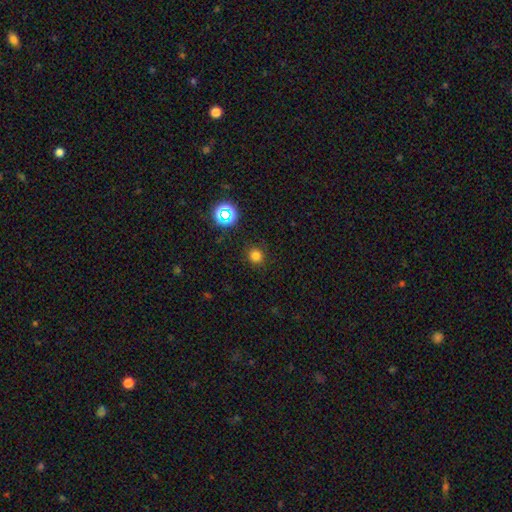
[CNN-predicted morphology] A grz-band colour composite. It shows a smooth galaxy with no disk features (76%) that is round (90%). Merging: none (89%).